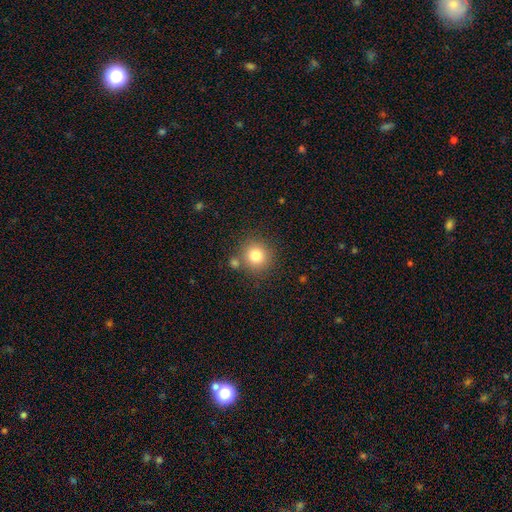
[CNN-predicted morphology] Overall: smooth (80%). How rounded: round (92%). Merging: none (78%).